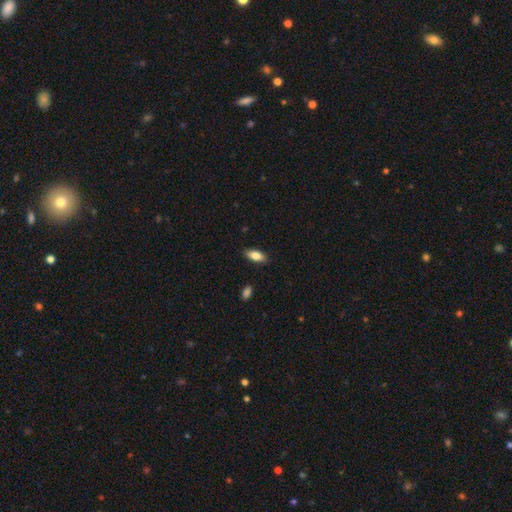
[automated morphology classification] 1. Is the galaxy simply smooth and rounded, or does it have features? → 80% smooth, 13% featured or disk, 7% star or artifact.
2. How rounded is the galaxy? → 85% in between, 13% cigar-shaped, 2% round.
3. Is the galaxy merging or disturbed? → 87% none, 10% minor disturbance, 2% major disturbance, 1% merger.